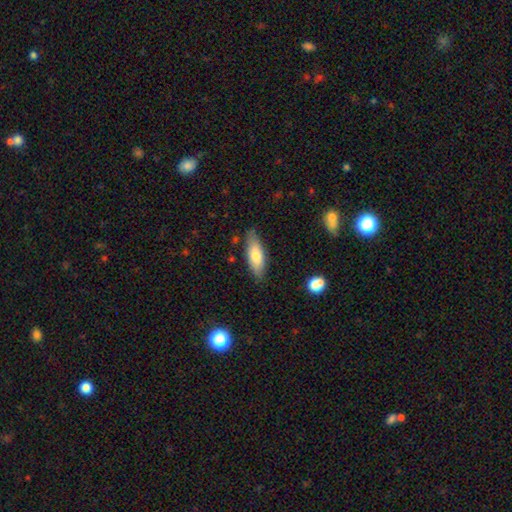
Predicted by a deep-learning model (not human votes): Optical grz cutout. It shows a smooth galaxy with no disk features (74%) that is in between round and cigar-shaped (63%). Merging: none (81%).